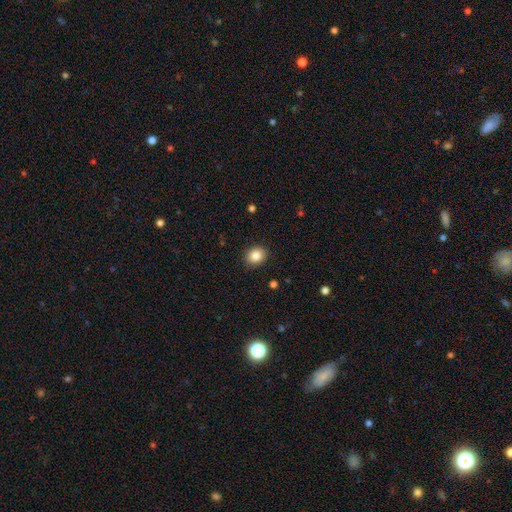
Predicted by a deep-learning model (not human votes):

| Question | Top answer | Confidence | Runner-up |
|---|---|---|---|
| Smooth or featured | smooth | 85% | star or artifact (10%) |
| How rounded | round | 64% | in between (35%) |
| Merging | none | 90% | minor disturbance (7%) |